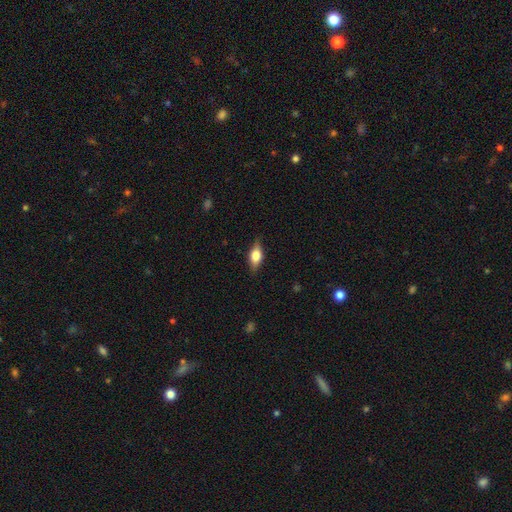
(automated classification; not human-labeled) The model was most divided on "smooth or featured": smooth: 56%, featured or disk: 36%, star or artifact: 8%. More confident: merging — none (82%); how rounded — in between (76%).